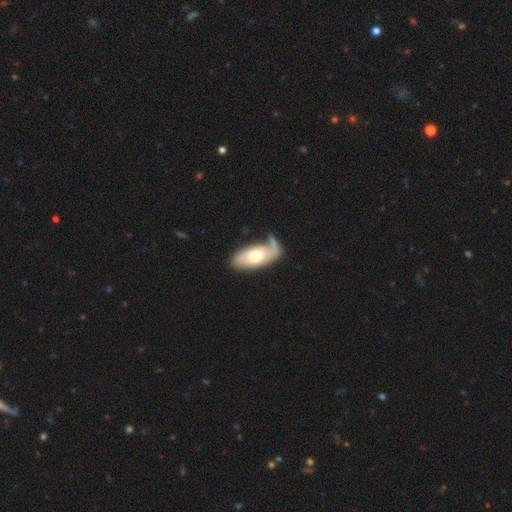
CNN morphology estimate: featured or disk 47% (tied), smooth 47% (tied), star or artifact 5%. Down the decision tree: merging — none (46%).